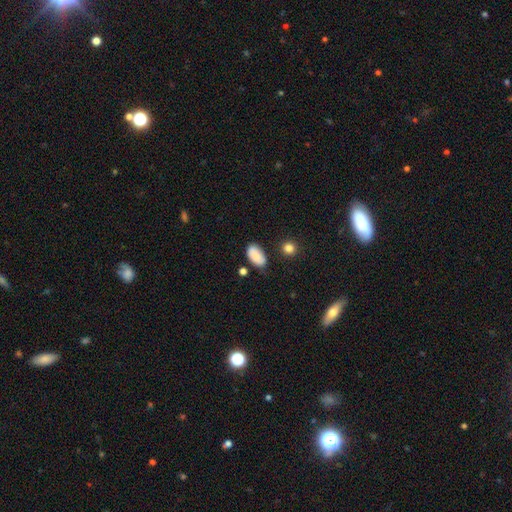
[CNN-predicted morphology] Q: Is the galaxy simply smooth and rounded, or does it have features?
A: smooth — 78%.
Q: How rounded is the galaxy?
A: in between — 93%.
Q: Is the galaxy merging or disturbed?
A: none — 71%.